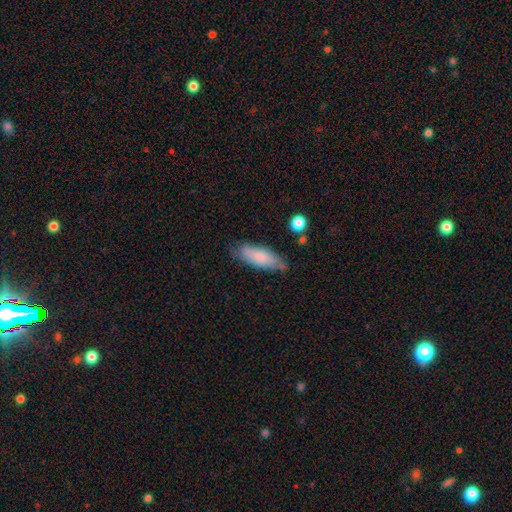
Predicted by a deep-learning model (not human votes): Smooth or featured: smooth — 77% (featured or disk — 16%)
How rounded: in between — 57% (cigar-shaped — 41%)
Merging: none — 75% (minor disturbance — 19%)